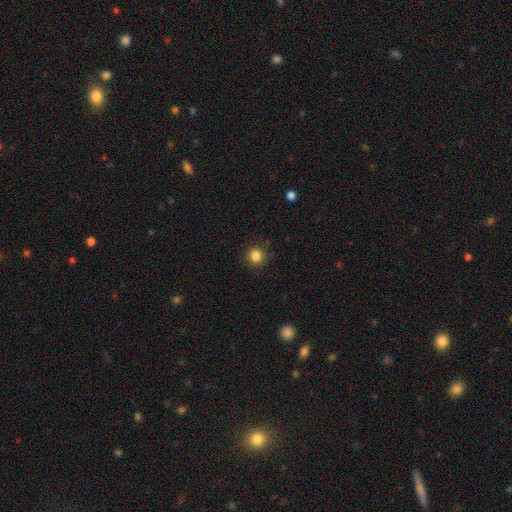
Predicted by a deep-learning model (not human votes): A smooth galaxy with no disk features (85%) that is round (86%).

Vote fractions:
- Smooth or featured? smooth: 85% / star or artifact: 12% / featured or disk: 4%
- How rounded? round: 86% / in between: 13% / cigar-shaped: 1%
- Merging? none: 87% / minor disturbance: 9% / major disturbance: 3% / merger: 1%